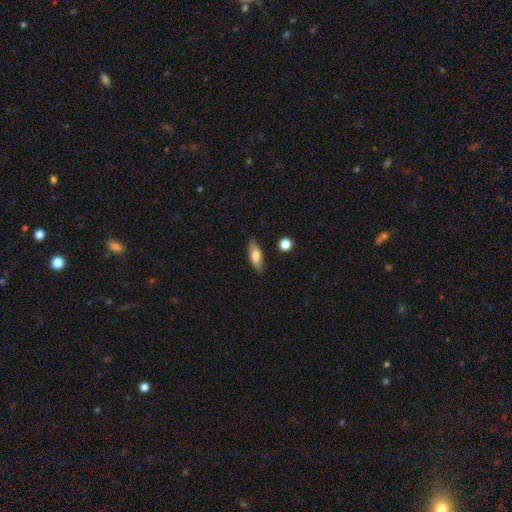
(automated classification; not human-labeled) This is likely a smooth galaxy (74%). How rounded: likely in between (67%). Merging: clearly none (81%).